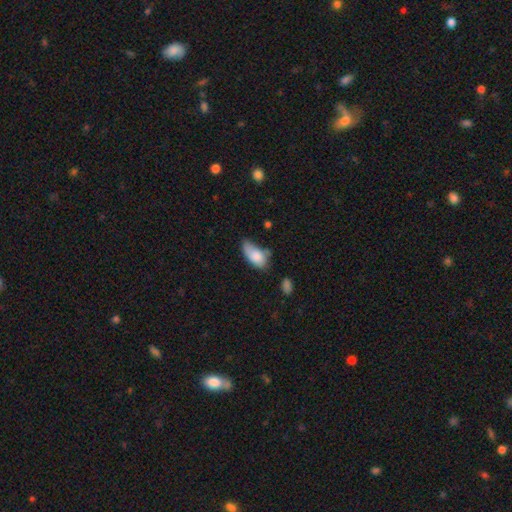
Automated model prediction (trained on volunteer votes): Overall: smooth (80%). How rounded: in between (91%). Merging: minor disturbance (40%; none 32%).